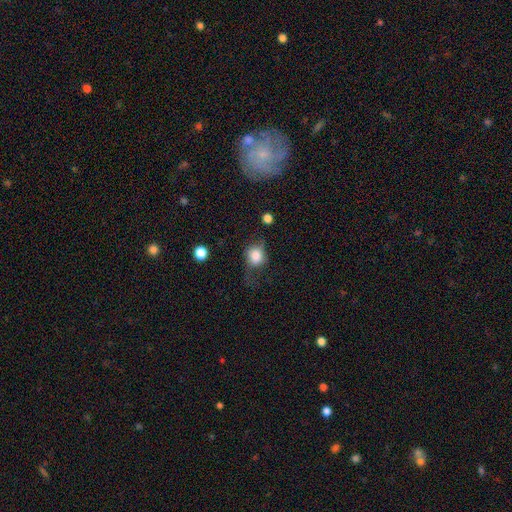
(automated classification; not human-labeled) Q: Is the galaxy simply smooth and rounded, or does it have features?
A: smooth — 79%.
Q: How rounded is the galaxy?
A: round — 67%.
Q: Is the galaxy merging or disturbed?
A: none — 45%.